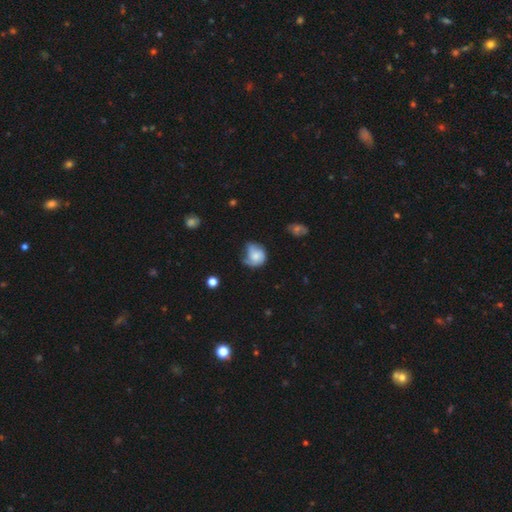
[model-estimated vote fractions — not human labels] Q: Smooth or featured?
A: smooth (52%); runner-up: featured or disk (40%)
Q: How rounded?
A: round (65%); runner-up: in between (34%)
Q: Merging?
A: none (36%); tied with: minor disturbance (36%)